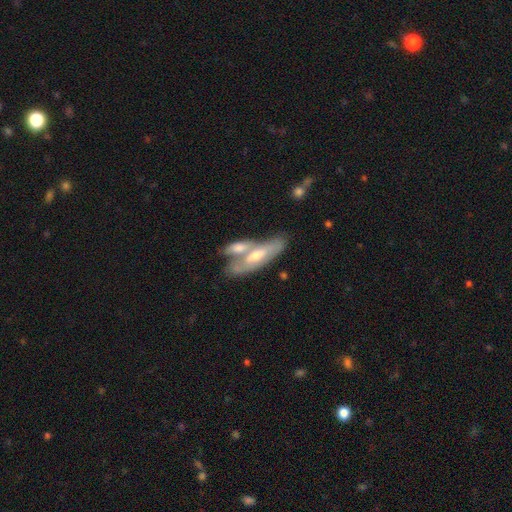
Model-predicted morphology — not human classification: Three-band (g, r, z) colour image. It shows a featured or disk galaxy (53%). Merging: merger (51%).